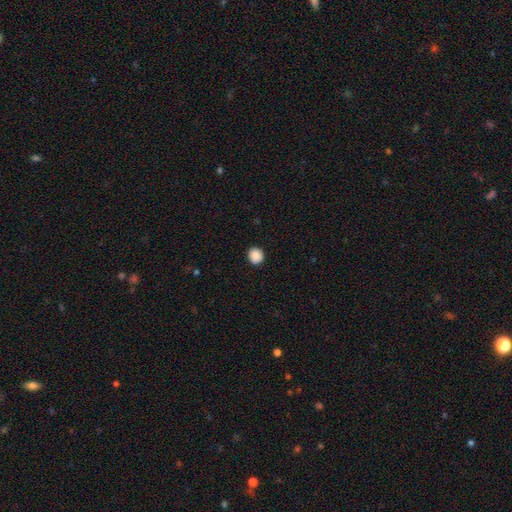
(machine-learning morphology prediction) A smooth galaxy with no disk features (89%) that is round (87%).

Vote fractions:
- Smooth or featured? smooth: 89% / star or artifact: 8% / featured or disk: 3%
- How rounded? round: 87% / in between: 12% / cigar-shaped: 1%
- Merging? none: 91% / minor disturbance: 7% / major disturbance: 2% / merger: 1%